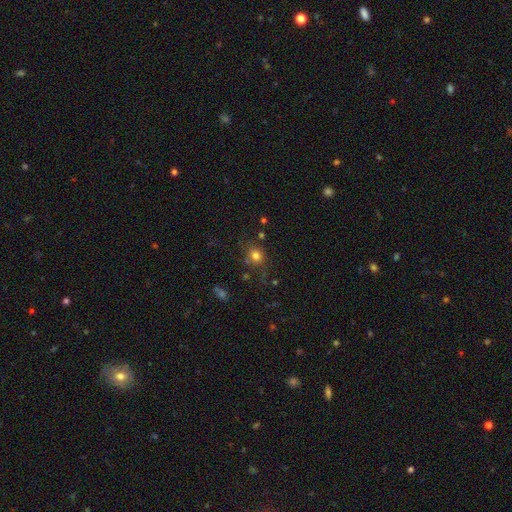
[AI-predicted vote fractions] Morphology: type=smooth (77%); roundness=round (80%); merging=none (73%).